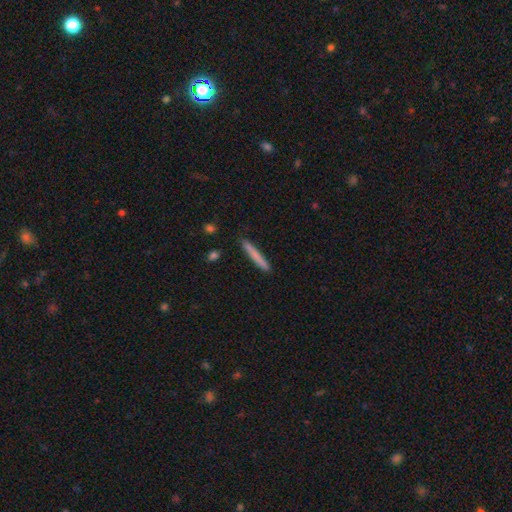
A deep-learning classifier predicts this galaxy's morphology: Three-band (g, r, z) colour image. It shows a smooth galaxy with no disk features (76%) that is cigar-shaped (96%). Merging: none (90%).